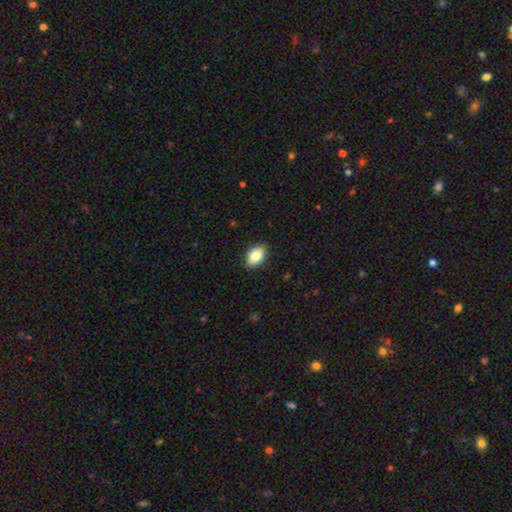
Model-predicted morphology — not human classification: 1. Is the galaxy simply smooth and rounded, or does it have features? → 81% smooth, 11% featured or disk, 7% star or artifact.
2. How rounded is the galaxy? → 88% in between, 10% round, 2% cigar-shaped.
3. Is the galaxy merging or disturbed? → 89% none, 8% minor disturbance, 2% major disturbance, 1% merger.